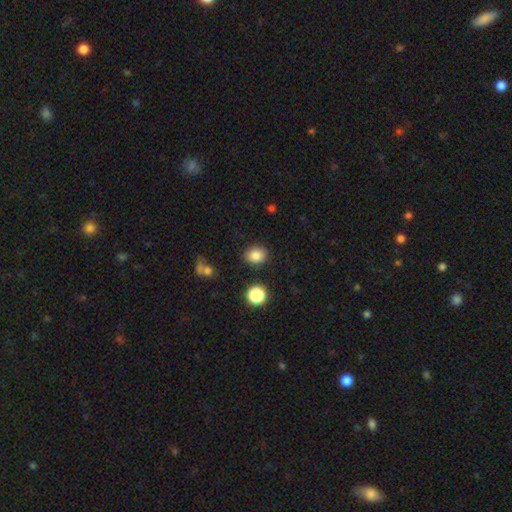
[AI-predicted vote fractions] Morphology: type=smooth (83%); roundness=round (62%); merging=none (85%).